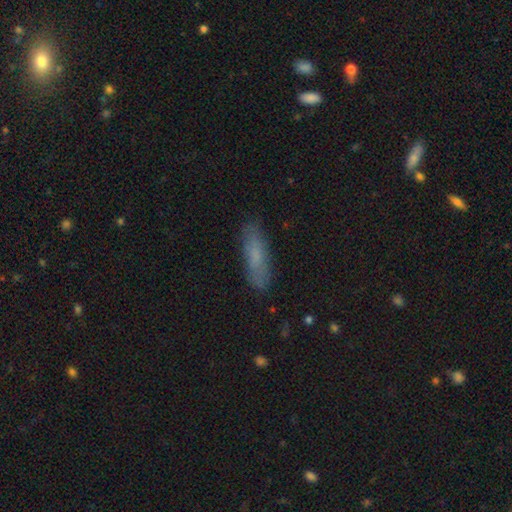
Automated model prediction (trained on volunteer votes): Q: Smooth or featured?
A: smooth (72%); runner-up: featured or disk (20%)
Q: How rounded?
A: cigar-shaped (63%); runner-up: in between (35%)
Q: Merging?
A: none (84%); runner-up: minor disturbance (12%)